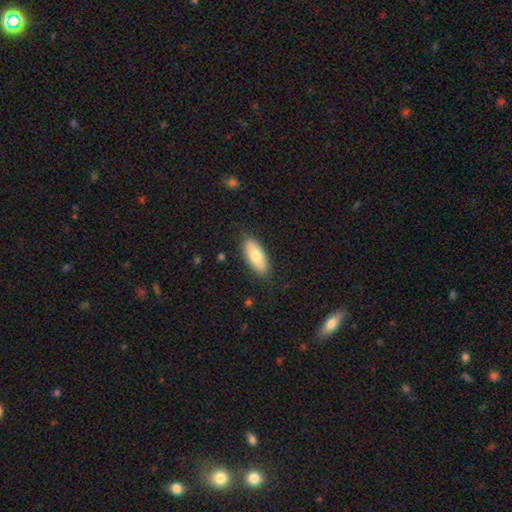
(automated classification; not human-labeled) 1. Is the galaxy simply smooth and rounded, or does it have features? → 73% smooth, 22% featured or disk, 6% star or artifact.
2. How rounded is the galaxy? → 83% in between, 15% cigar-shaped, 2% round.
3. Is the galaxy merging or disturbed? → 85% none, 12% minor disturbance, 2% major disturbance, 1% merger.